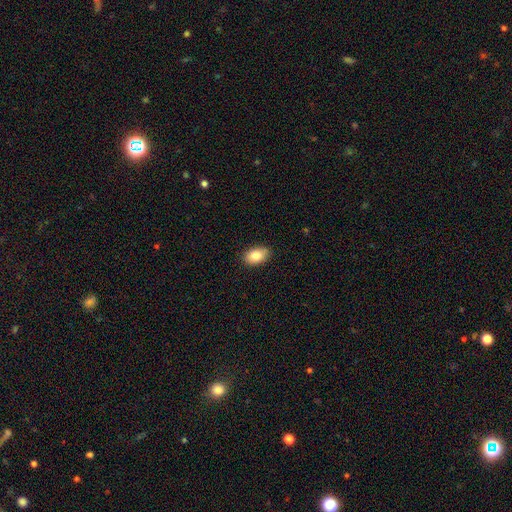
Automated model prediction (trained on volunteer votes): Smooth or featured: smooth — 83% (featured or disk — 9%)
How rounded: in between — 88% (round — 10%)
Merging: none — 87% (minor disturbance — 10%)